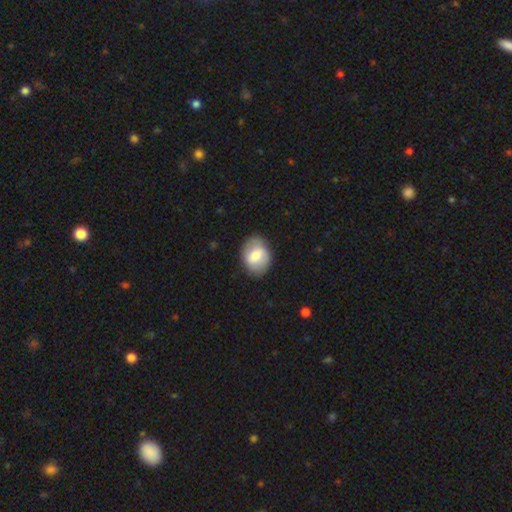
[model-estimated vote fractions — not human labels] smooth 66%, featured or disk 28%, star or artifact 6%. Down the decision tree: how rounded — in between (63%); merging — none (81%).